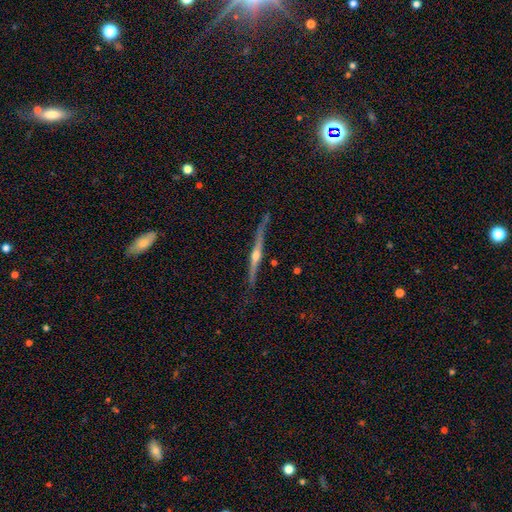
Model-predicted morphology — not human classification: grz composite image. It shows a featured or disk galaxy (82%) viewed edge-on (98%) with a rounded central bulge (92%). Merging: none (75%).